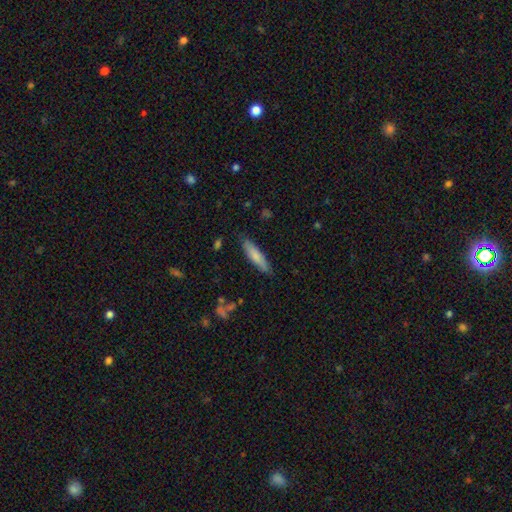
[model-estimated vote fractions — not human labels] smooth-or-featured: smooth: 78% | featured or disk: 16% | star or artifact: 5%
  how-rounded: cigar-shaped: 74% | in between: 25% | round: 1%
  merging: none: 84% | minor disturbance: 13% | major disturbance: 2% | merger: 2%